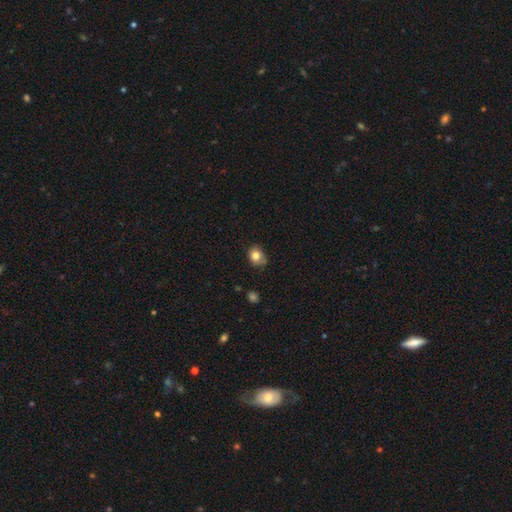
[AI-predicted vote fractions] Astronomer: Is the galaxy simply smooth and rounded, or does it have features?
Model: smooth — 80%.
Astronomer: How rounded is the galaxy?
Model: round — 59% (runner-up: in between, 40%).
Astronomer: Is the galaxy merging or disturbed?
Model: none — 65%.